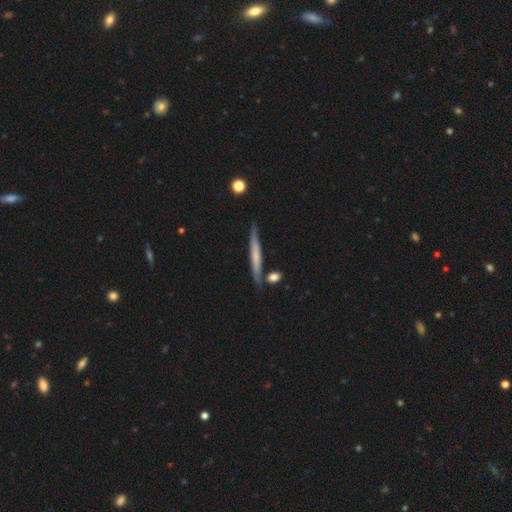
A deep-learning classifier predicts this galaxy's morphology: Smooth or featured? Predicted: smooth (p=0.50). How rounded? Predicted: cigar-shaped (p=0.95). Merging? Predicted: none (p=0.81).